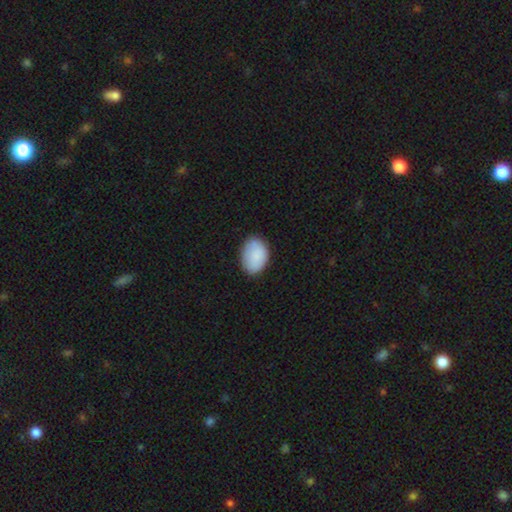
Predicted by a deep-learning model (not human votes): smooth 87%, featured or disk 6%, star or artifact 6%. Down the decision tree: how rounded — in between (84%); merging — none (77%).